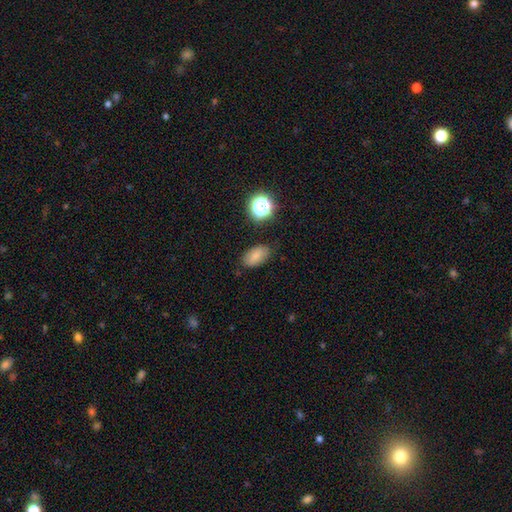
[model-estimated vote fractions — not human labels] A smooth galaxy with no disk features (77%) that is in between round and cigar-shaped (89%).

Vote fractions:
- Smooth or featured? smooth: 77% / star or artifact: 12% / featured or disk: 10%
- How rounded? in between: 89% / round: 9% / cigar-shaped: 2%
- Merging? none: 80% / minor disturbance: 14% / major disturbance: 4% / merger: 2%